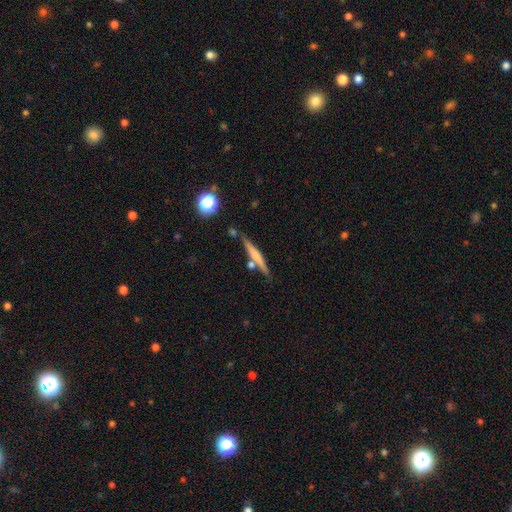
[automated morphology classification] Smooth or featured? smooth (48%)
Merging? none (73%)